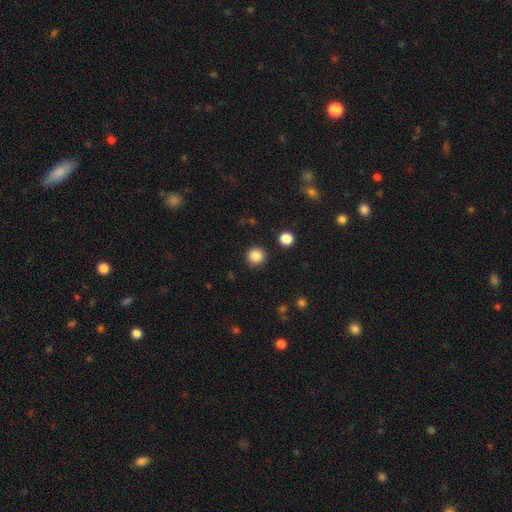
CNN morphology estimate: Smooth or featured? Predicted: smooth (p=0.86). How rounded? Predicted: round (p=0.95). Merging? Predicted: none (p=0.92).